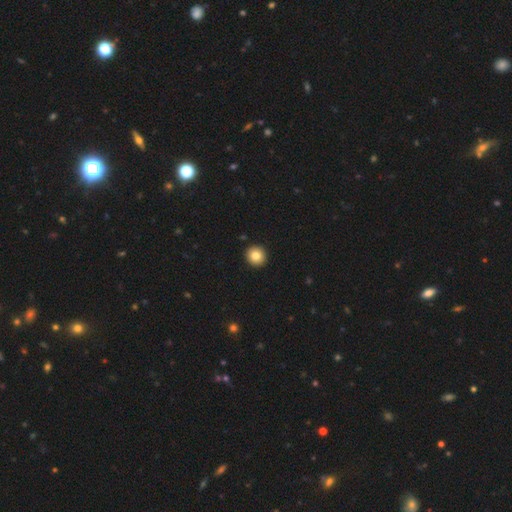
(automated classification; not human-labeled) The model was most divided on "smooth or featured": smooth: 83%, star or artifact: 9%, featured or disk: 8%. More confident: how rounded — round (95%); merging — none (93%).